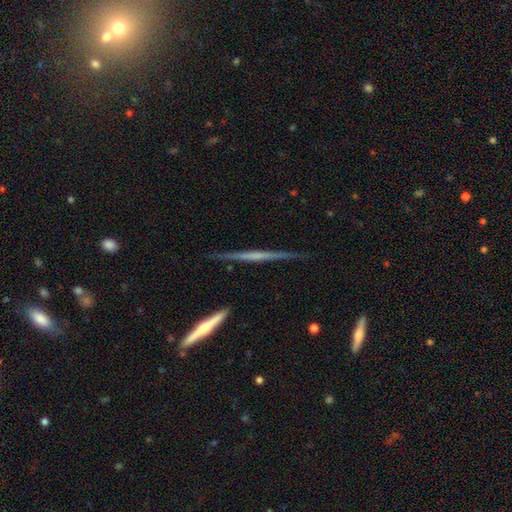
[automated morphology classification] type=featured or disk (71%); edge-on=yes (97%); edge-on bulge=none (61%); merging=none (80%).